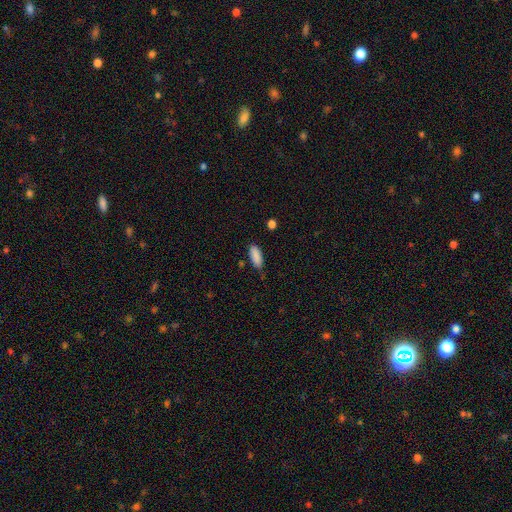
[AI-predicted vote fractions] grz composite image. It shows a smooth galaxy with no disk features (89%) that is in between round and cigar-shaped (76%). Merging: none (77%).